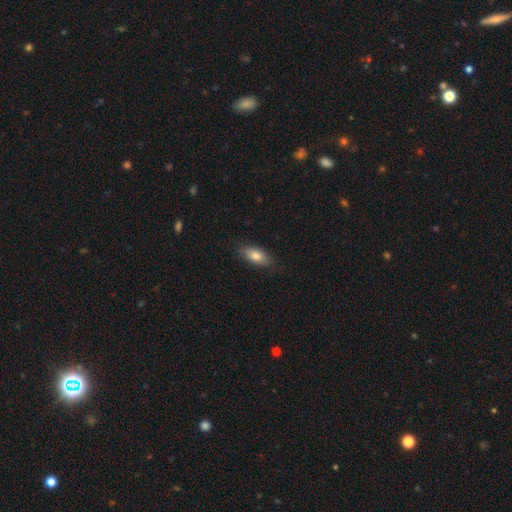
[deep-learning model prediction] A smooth galaxy with no disk features (80%) that is in between round and cigar-shaped (88%). Merging: none (83%).